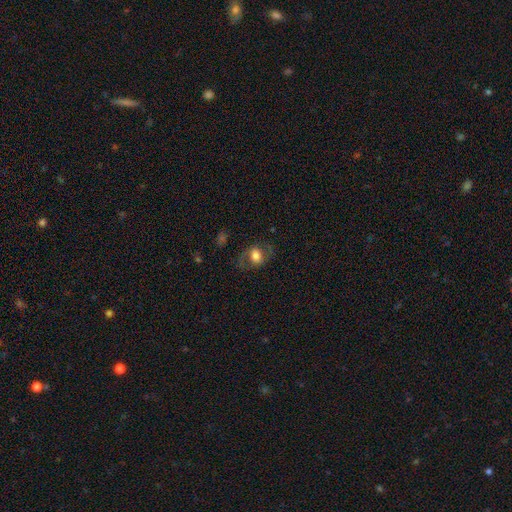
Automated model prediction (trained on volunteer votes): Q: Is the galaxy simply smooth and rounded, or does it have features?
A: smooth — 55%.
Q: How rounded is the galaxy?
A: in between — 58%.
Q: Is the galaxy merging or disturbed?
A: none — 69%.